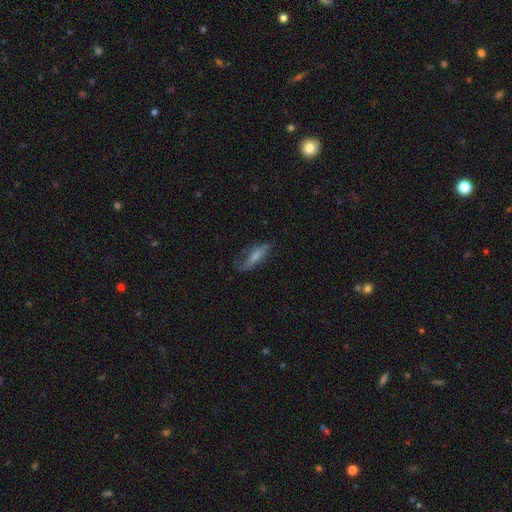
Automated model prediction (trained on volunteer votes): Smooth or featured?
  - smooth: 56% *
  - featured or disk: 37%
  - star or artifact: 7%
How rounded?
  - cigar-shaped: 61% *
  - in between: 37%
  - round: 2%
Merging?
  - none: 48% *
  - minor disturbance: 28%
  - major disturbance: 21%
  - merger: 3%